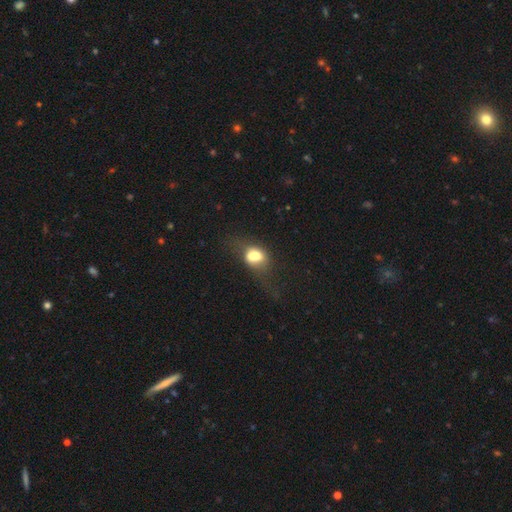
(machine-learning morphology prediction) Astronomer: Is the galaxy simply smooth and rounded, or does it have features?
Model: smooth — 63%.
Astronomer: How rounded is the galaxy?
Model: in between — 66%.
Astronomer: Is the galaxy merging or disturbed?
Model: merger — 30% (runner-up: none, 29%).